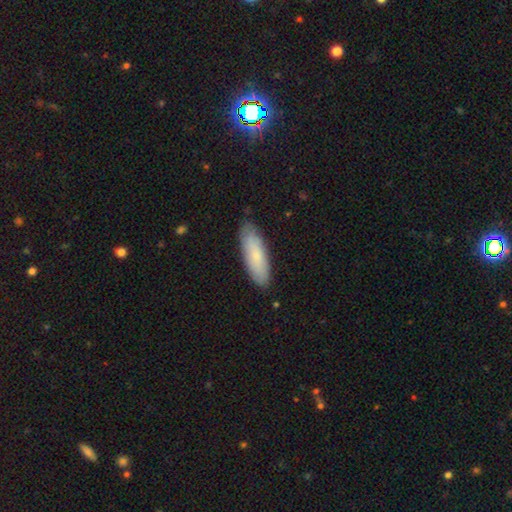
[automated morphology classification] Smooth or featured? Predicted: smooth (p=0.74). How rounded? Predicted: in between (p=0.52). Merging? Predicted: none (p=0.84).